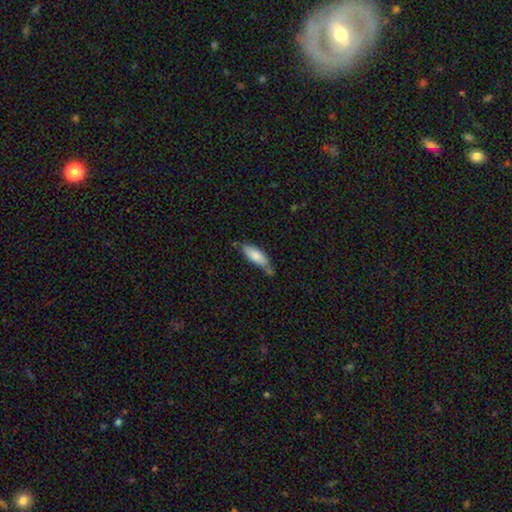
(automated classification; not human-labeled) Overall: smooth (80%). How rounded: in between (61%; cigar-shaped 37%). Merging: none (52%; minor disturbance 30%).